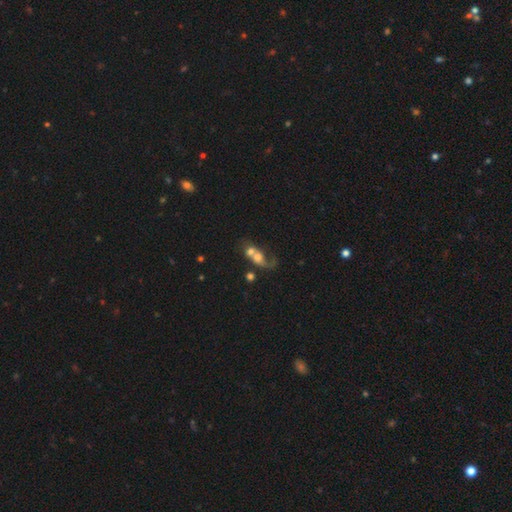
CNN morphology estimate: Overall: smooth (45%; featured or disk 43%). Merging: merger (66%).